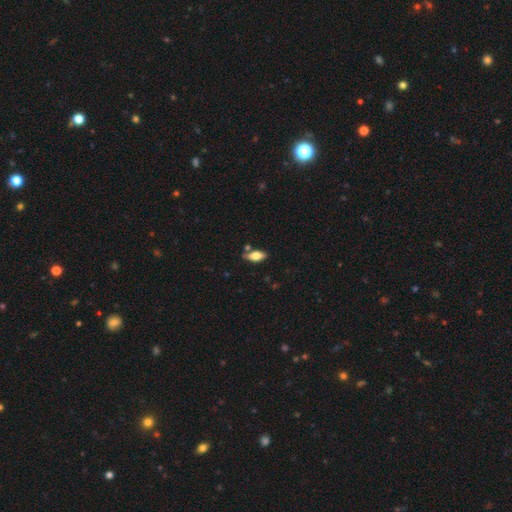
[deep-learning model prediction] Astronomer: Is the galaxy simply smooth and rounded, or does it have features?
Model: smooth — 72%.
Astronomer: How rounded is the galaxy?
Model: in between — 85%.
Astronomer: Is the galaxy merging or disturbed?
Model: none — 73%.